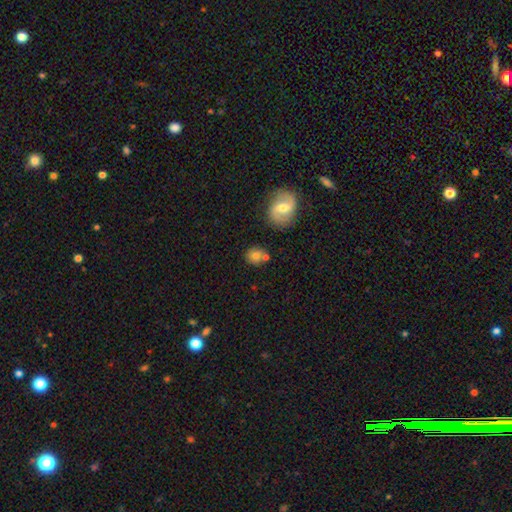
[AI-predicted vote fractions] Smooth or featured: smooth — 73% (featured or disk — 17%)
How rounded: round — 77% (in between — 22%)
Merging: none — 68% (merger — 15%)